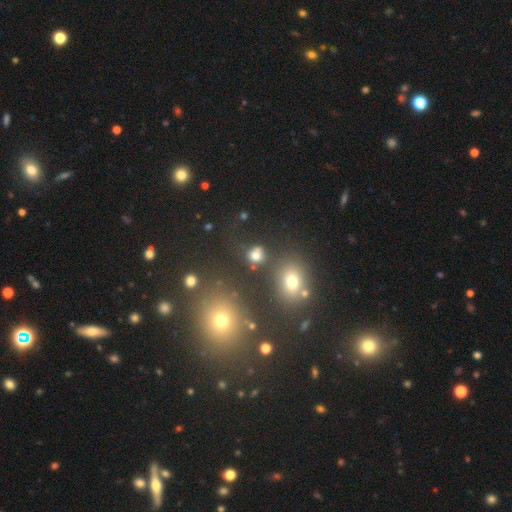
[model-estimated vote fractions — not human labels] smooth_or_featured: smooth (p=0.72) [alt: star or artifact p=0.19]
how_rounded: round (p=0.75) [alt: in between p=0.24]
merging: none (p=0.62) [alt: merger p=0.17]